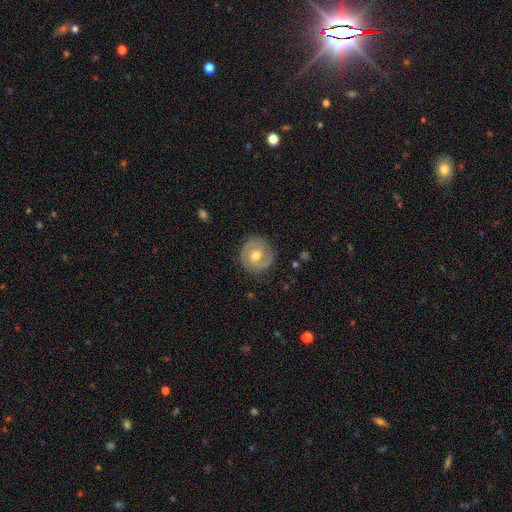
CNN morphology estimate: A featured or disk galaxy (69%) with no bar (56%), 2 (77%) tight (57%) spiral arms (82%) and a moderate central bulge (74%). Merging: none (83%).